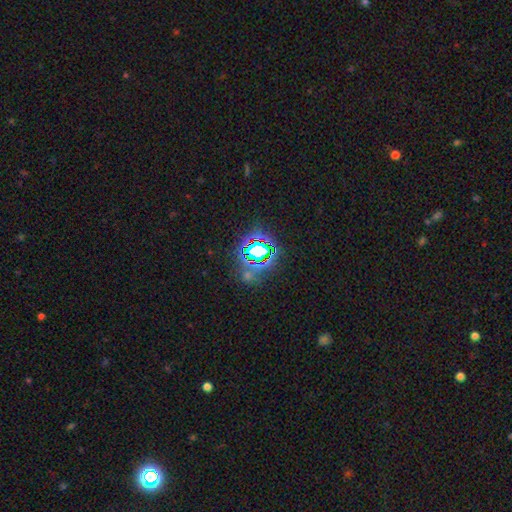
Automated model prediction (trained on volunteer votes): Smooth or featured: star or artifact — 72% (smooth — 18%)